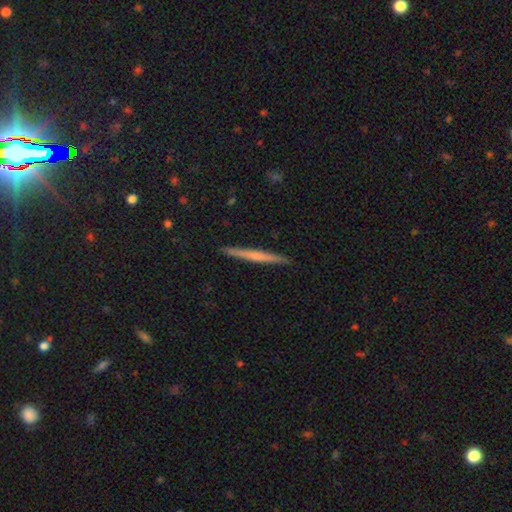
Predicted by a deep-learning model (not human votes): featured or disk 50%, smooth 44%, star or artifact 6%. Down the decision tree: edge-on disk — yes (98%); merging — none (92%).